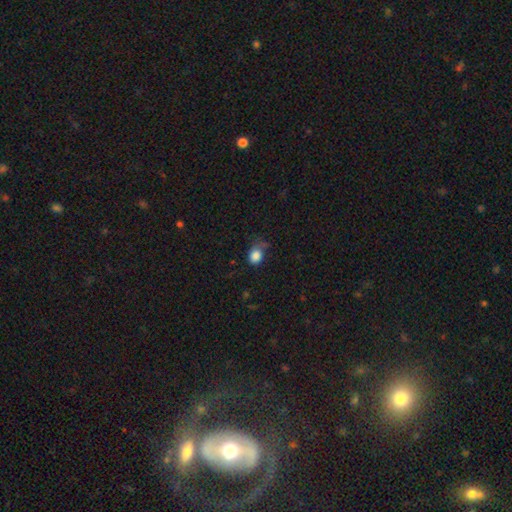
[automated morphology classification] Smooth or featured: smooth — 85% (star or artifact — 9%)
How rounded: round — 50% (in between — 49%)
Merging: none — 46% (minor disturbance — 34%)